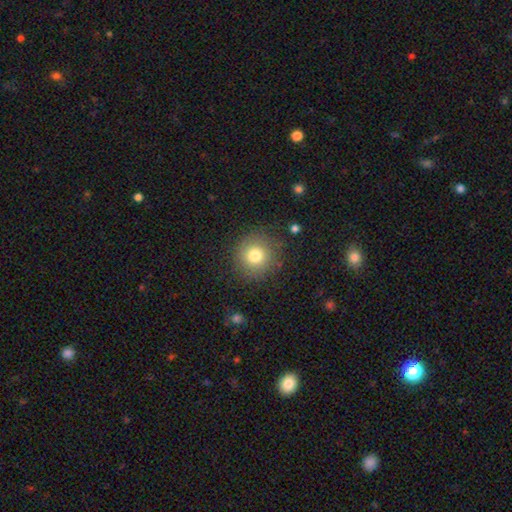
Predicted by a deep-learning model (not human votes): smooth-or-featured: smooth: 69% | star or artifact: 21% | featured or disk: 10%
  how-rounded: round: 94% | in between: 5% | cigar-shaped: 1%
  merging: none: 90% | minor disturbance: 6% | major disturbance: 2% | merger: 2%